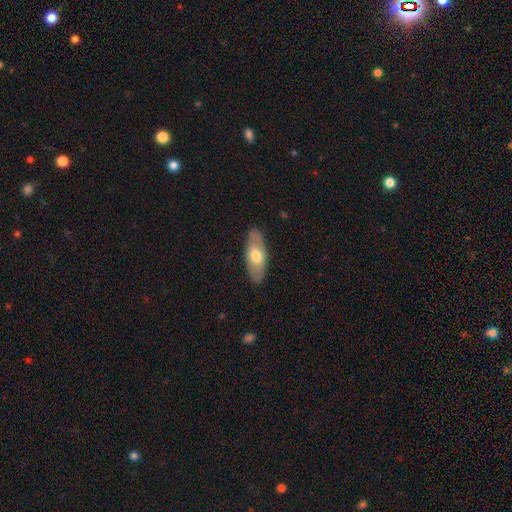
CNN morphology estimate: Smooth or featured? smooth (59%)
How rounded? in between (81%)
Merging? none (86%)